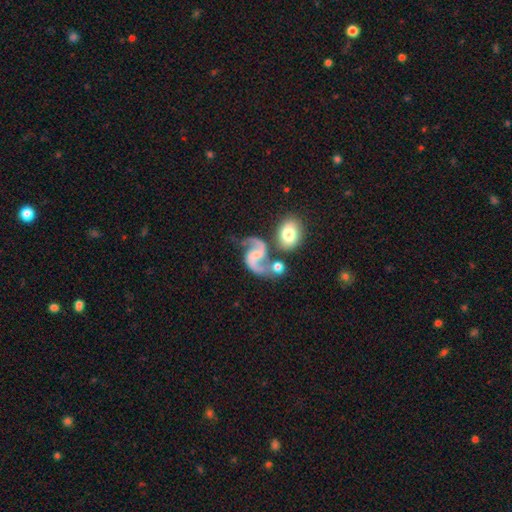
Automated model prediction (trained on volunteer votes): smooth-or-featured: featured or disk: 89% | smooth: 6% | star or artifact: 5%
  disk-edge-on: no: 98% | yes: 2%
    bar: no: 44% | weak: 41% | strong: 14%
    has-spiral-arms: yes: 97% | no: 3%
      spiral-winding: loose: 67% | medium: 28% | tight: 5%
      spiral-arm-count: 2: 94% | 1: 2% | can't tell: 1% | 3: 1% | 4: 1% | more than 4: 1%
    bulge-size: small: 49% | moderate: 23% | none: 23% | large: 4% | dominant: 2%
  merging: none: 52% | merger: 21% | minor disturbance: 17% | major disturbance: 10%